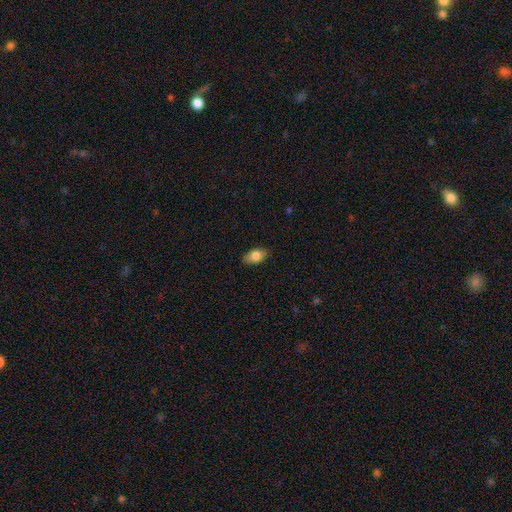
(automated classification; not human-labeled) A smooth galaxy with no disk features (80%) that is in between round and cigar-shaped (89%).

Vote fractions:
- Smooth or featured? smooth: 80% / featured or disk: 12% / star or artifact: 7%
- How rounded? in between: 89% / round: 7% / cigar-shaped: 3%
- Merging? none: 83% / minor disturbance: 13% / major disturbance: 3% / merger: 1%